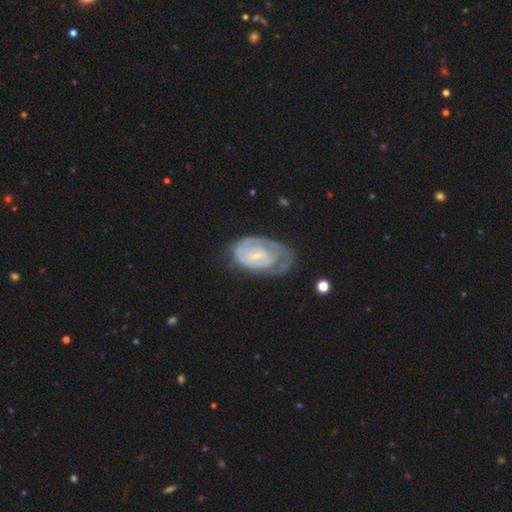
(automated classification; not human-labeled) This appears to be a featured or disk galaxy (69%) with no bar (45%), tight (58%) spiral arms (77%) and a small central bulge (64%). Merging: none (44%).